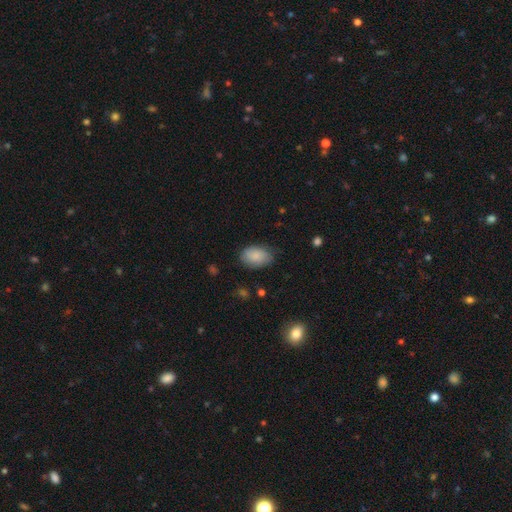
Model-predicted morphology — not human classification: Smooth or featured: smooth — 86% (featured or disk — 8%)
How rounded: in between — 89% (round — 9%)
Merging: none — 75% (minor disturbance — 20%)